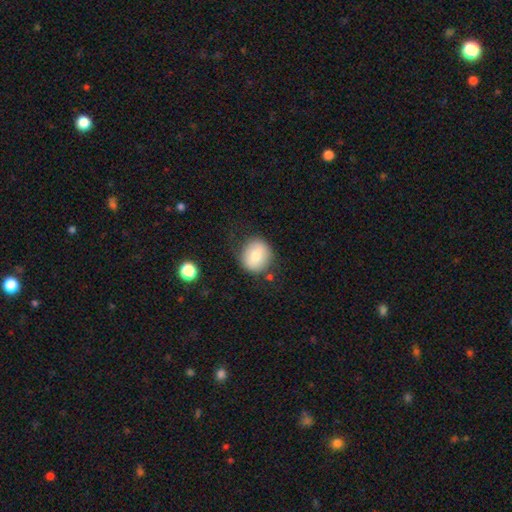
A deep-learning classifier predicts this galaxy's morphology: Smooth or featured? smooth (74%)
How rounded? round (83%)
Merging? none (76%)